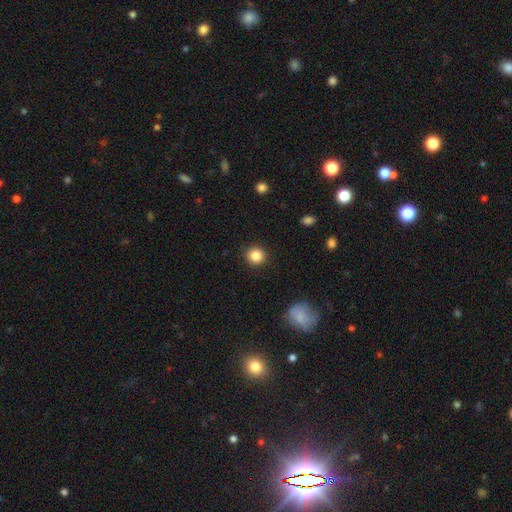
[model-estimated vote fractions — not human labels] Smooth or featured?
  - smooth: 85% *
  - star or artifact: 10%
  - featured or disk: 4%
How rounded?
  - round: 93% *
  - in between: 6%
  - cigar-shaped: 1%
Merging?
  - none: 92% *
  - minor disturbance: 5%
  - major disturbance: 2%
  - merger: 1%